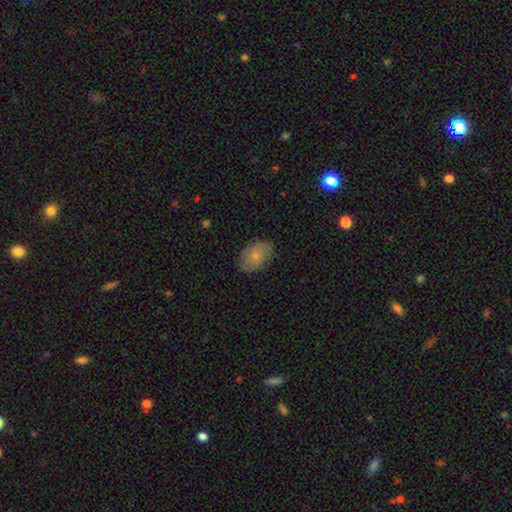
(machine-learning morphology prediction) type=smooth (67%); roundness=in between (83%); merging=none (79%).